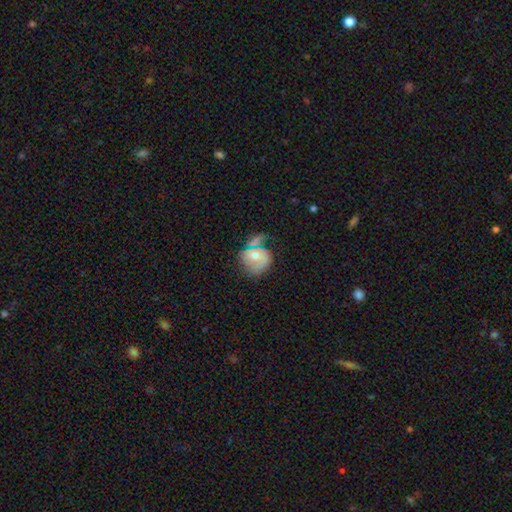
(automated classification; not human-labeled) A smooth galaxy with no disk features (50%) that is round (67%). Merging: none (38%).